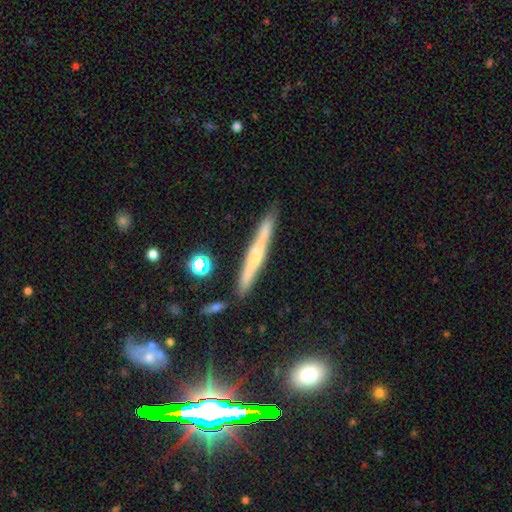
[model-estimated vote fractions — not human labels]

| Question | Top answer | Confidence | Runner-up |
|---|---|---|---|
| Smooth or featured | featured or disk | 51% | smooth (41%) |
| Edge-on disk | yes | 95% | no (5%) |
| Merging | none | 85% | minor disturbance (10%) |